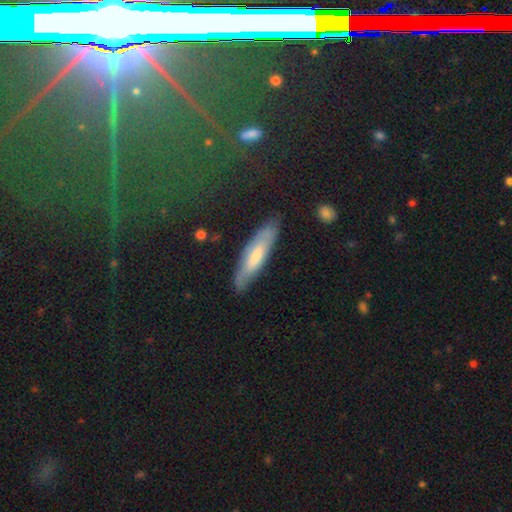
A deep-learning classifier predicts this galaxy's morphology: type=smooth (52%); roundness=cigar-shaped (71%); merging=none (76%).